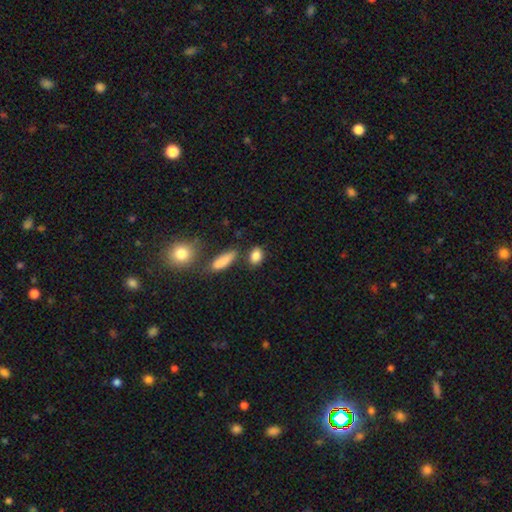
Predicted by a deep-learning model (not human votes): This is clearly a smooth galaxy (86%). How rounded: likely in between (69%). Merging: likely none (72%).